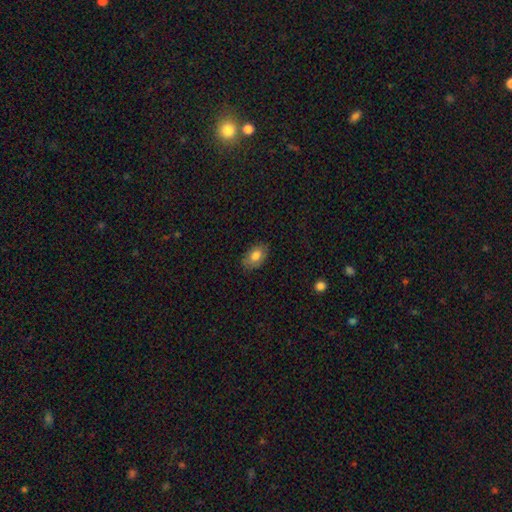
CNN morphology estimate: Smooth or featured? Predicted: smooth (p=0.79). How rounded? Predicted: in between (p=0.88). Merging? Predicted: none (p=0.80).